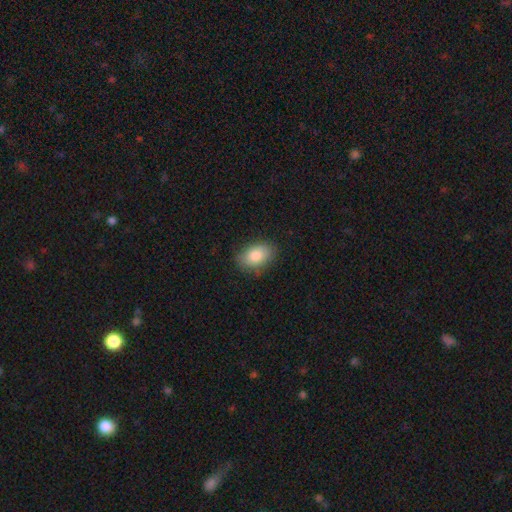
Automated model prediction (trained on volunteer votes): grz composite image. It shows a smooth galaxy with no disk features (83%) that is in between round and cigar-shaped (85%). Merging: none (80%).